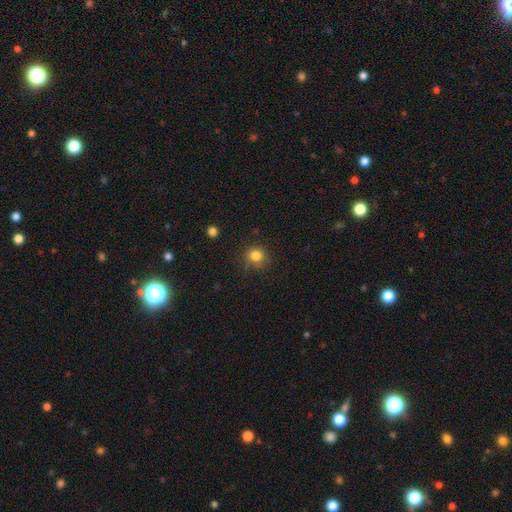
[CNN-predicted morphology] smooth_or_featured: smooth (p=0.82) [alt: star or artifact p=0.12]
how_rounded: round (p=0.86) [alt: in between p=0.13]
merging: none (p=0.76) [alt: minor disturbance p=0.17]